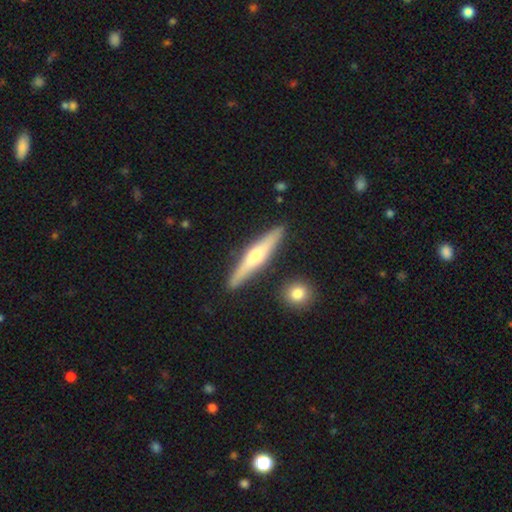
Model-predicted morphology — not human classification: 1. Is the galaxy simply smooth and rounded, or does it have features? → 62% featured or disk, 33% smooth, 5% star or artifact.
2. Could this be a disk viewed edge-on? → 96% yes, 4% no.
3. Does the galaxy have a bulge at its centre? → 87% rounded, 7% none, 6% boxy.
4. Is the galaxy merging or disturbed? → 88% none, 8% minor disturbance, 2% merger, 2% major disturbance.